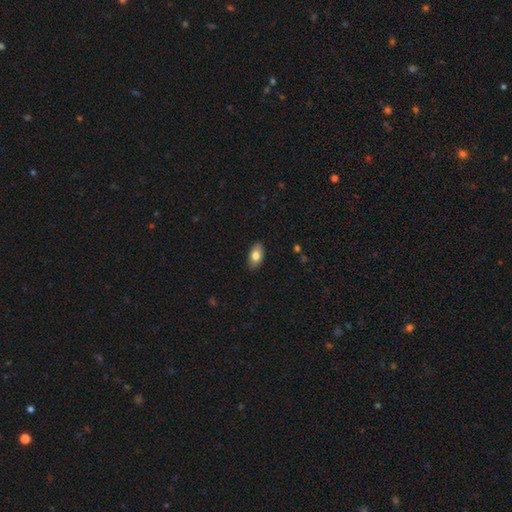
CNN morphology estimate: The model was most divided on "smooth or featured": smooth: 80%, featured or disk: 13%, star or artifact: 7%. More confident: how rounded — in between (92%); merging — none (88%).